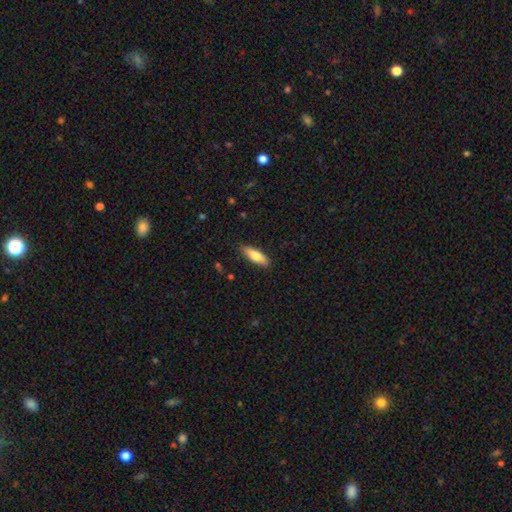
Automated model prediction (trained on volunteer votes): smooth_or_featured: smooth (p=0.78) [alt: featured or disk p=0.16]
how_rounded: in between (p=0.51) [alt: cigar-shaped p=0.47]
merging: none (p=0.86) [alt: minor disturbance p=0.10]